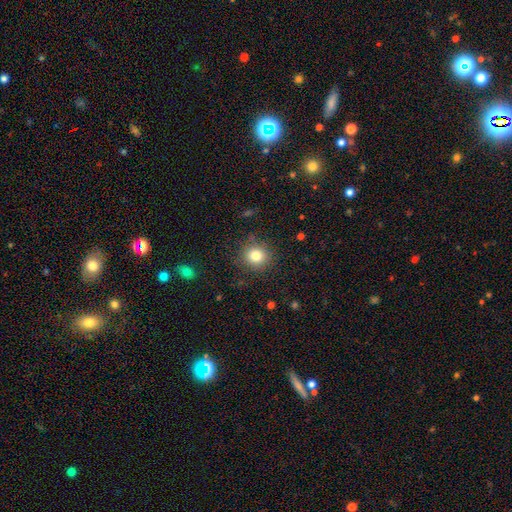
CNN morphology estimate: This is clearly a smooth galaxy (81%). How rounded: clearly round (88%). Merging: clearly none (87%).